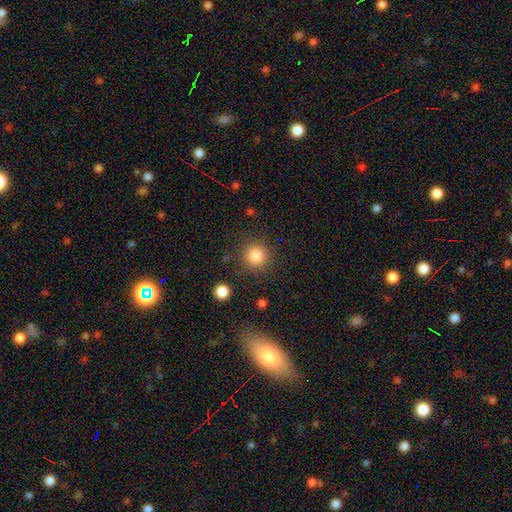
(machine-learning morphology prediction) A smooth galaxy with no disk features (84%) that is round (93%).

Vote fractions:
- Smooth or featured? smooth: 84% / star or artifact: 11% / featured or disk: 5%
- How rounded? round: 93% / in between: 6% / cigar-shaped: 1%
- Merging? none: 87% / minor disturbance: 8% / major disturbance: 4% / merger: 2%